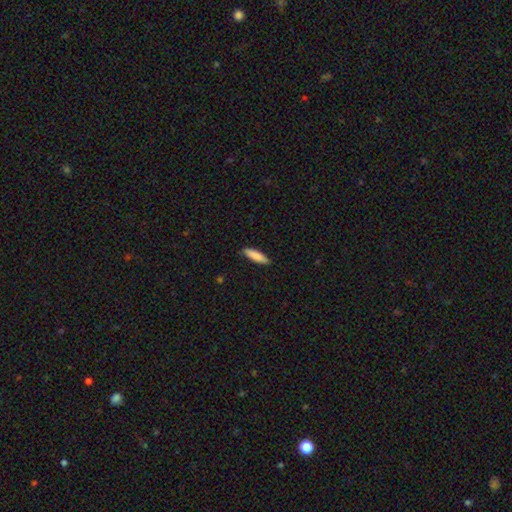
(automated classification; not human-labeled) The model was most divided on "how rounded": cigar-shaped: 69%, in between: 30%, round: 1%. More confident: merging — none (87%); smooth or featured — smooth (86%).